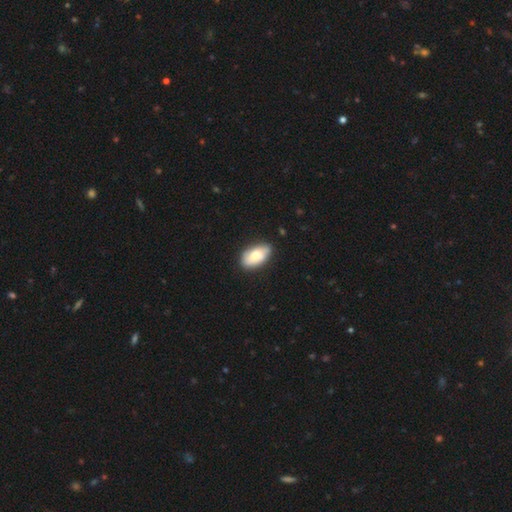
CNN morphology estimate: smooth 70%, featured or disk 24%, star or artifact 6%. Down the decision tree: how rounded — in between (93%); merging — none (81%).